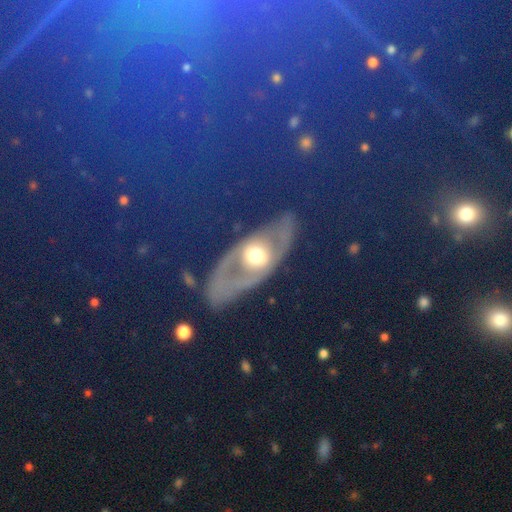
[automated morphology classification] type=featured or disk (62%); edge-on=no (74%); merging=none (60%).